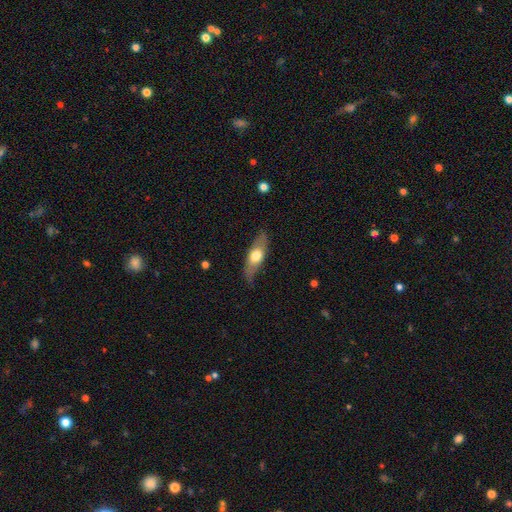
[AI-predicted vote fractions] The model was most divided on "smooth or featured": smooth: 55%, featured or disk: 39%, star or artifact: 5%. More confident: merging — none (75%); how rounded — in between (60%).